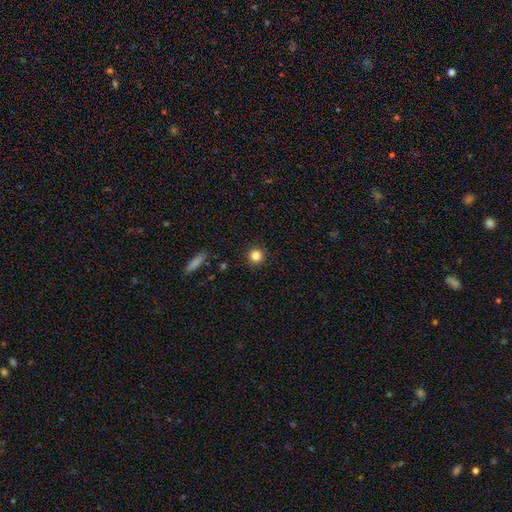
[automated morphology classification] type=smooth (84%); roundness=round (95%); merging=none (91%).